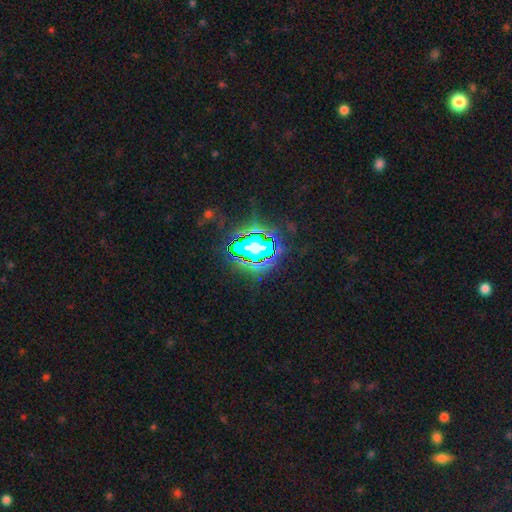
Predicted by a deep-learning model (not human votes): Smooth or featured? star or artifact (81%)